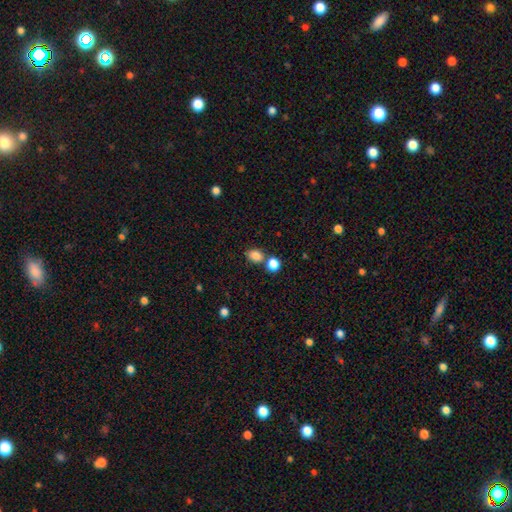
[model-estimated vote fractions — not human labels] This appears to be a smooth galaxy with no disk features (83%) that is in between round and cigar-shaped (65%). Merging: none (65%).